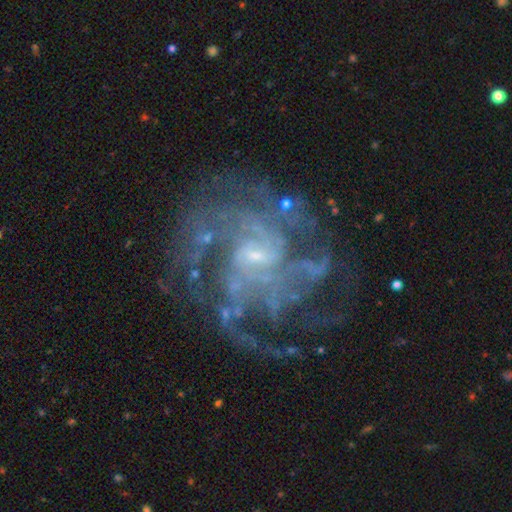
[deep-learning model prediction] Morphology: type=featured or disk (84%); edge-on=no (98%); bar=no (45%, tied with weak); spiral arms=yes (91%); winding=tight (44%); arm count=can't tell (34%); bulge=small (67%); merging=none (64%).